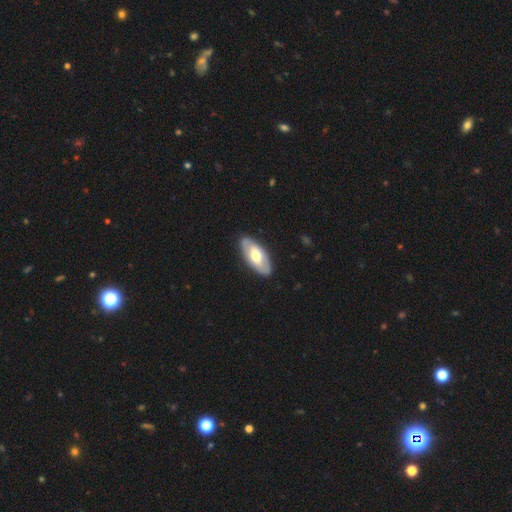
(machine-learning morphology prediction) type=smooth (48%, tied with featured or disk); merging=none (87%).